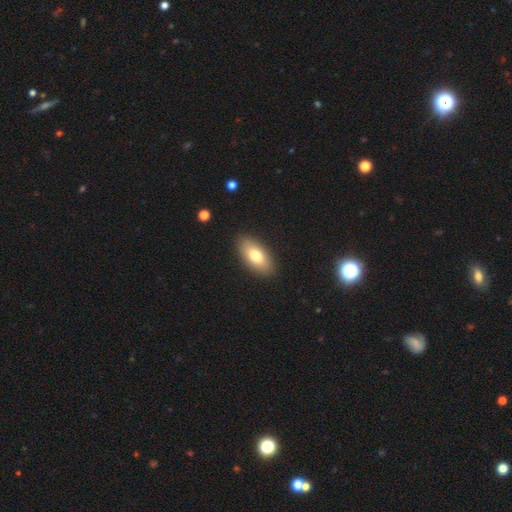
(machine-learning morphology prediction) Smooth or featured? Predicted: smooth (p=0.76). How rounded? Predicted: in between (p=0.90). Merging? Predicted: none (p=0.88).